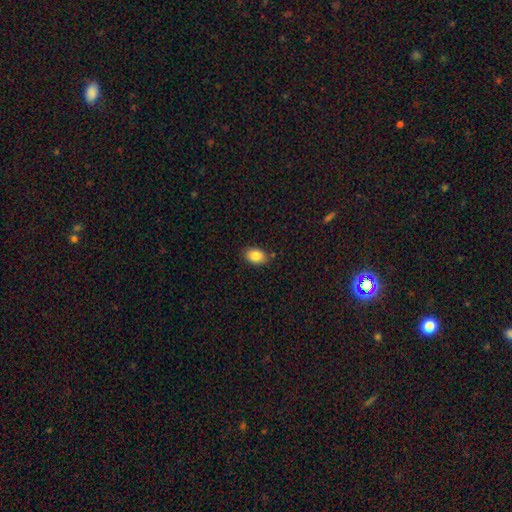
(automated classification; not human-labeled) This appears to be a smooth galaxy with no disk features (86%) that is in between round and cigar-shaped (85%). Merging: none (81%).